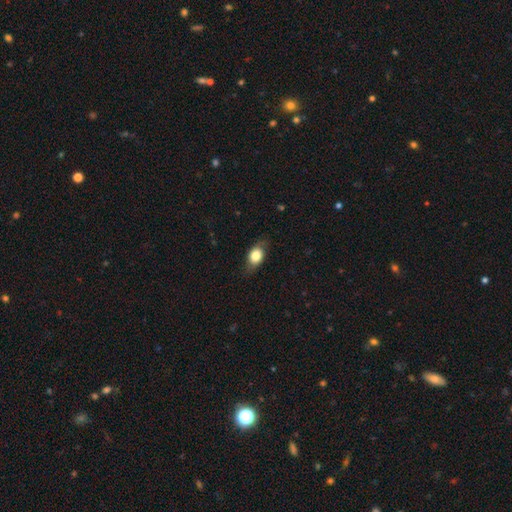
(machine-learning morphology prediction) smooth-or-featured: smooth: 73% | featured or disk: 19% | star or artifact: 8%
  how-rounded: in between: 74% | round: 22% | cigar-shaped: 4%
  merging: none: 73% | minor disturbance: 20% | major disturbance: 5% | merger: 1%